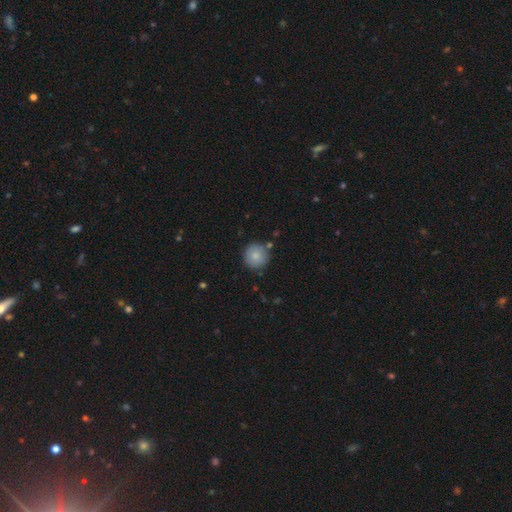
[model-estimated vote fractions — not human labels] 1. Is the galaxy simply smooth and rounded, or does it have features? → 84% smooth, 8% featured or disk, 8% star or artifact.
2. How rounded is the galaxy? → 94% round, 5% in between, 1% cigar-shaped.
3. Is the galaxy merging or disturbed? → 85% none, 9% minor disturbance, 4% merger, 2% major disturbance.